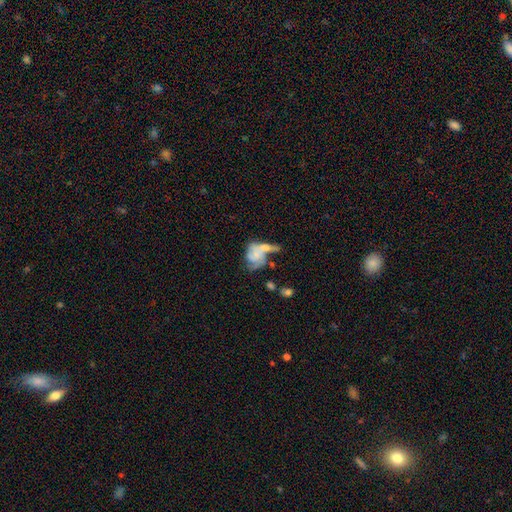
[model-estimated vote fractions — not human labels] A featured or disk galaxy (54%) with no bar (80%), spiral arms (65%) and a small central bulge (48%).

Vote fractions:
- Smooth or featured? featured or disk: 54% / smooth: 37% / star or artifact: 8%
- Edge-on disk? no: 96% / yes: 4%
- Bar? no: 80% / weak: 17% / strong: 4%
- Spiral arms? yes: 65% / no: 35%
- Bulge size? small: 48% / moderate: 24% / none: 23% / large: 4% / dominant: 2%
- Merging? merger: 43% / none: 21% / major disturbance: 21% / minor disturbance: 15%